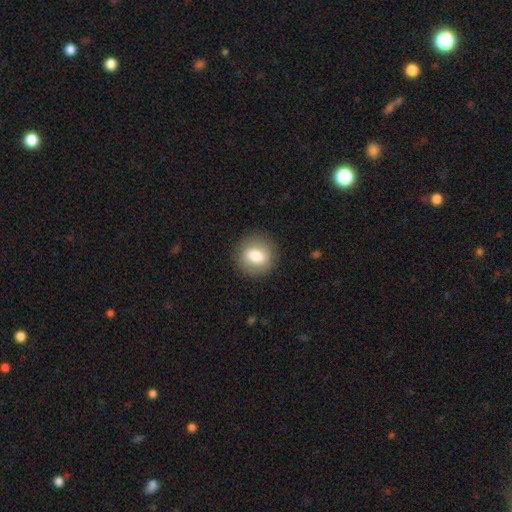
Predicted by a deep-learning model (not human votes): smooth-or-featured: smooth: 72% | featured or disk: 19% | star or artifact: 8%
  how-rounded: round: 82% | in between: 17% | cigar-shaped: 1%
  merging: none: 88% | minor disturbance: 8% | major disturbance: 3% | merger: 1%